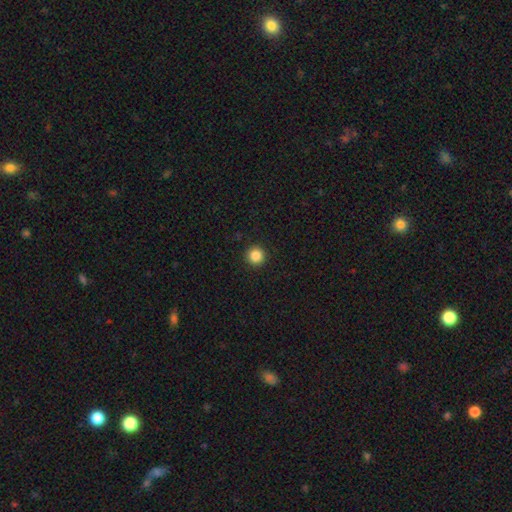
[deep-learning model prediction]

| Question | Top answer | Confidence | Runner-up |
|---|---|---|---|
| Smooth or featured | smooth | 86% | star or artifact (11%) |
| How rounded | round | 96% | in between (3%) |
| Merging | none | 93% | minor disturbance (4%) |